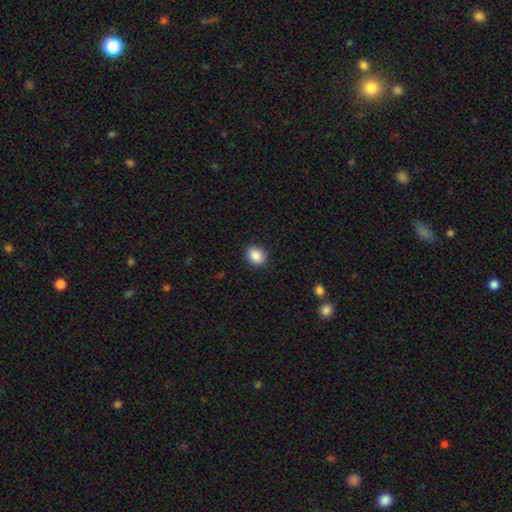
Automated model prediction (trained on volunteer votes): This appears to be a smooth galaxy with no disk features (89%) that is round (52%). Merging: none (90%).